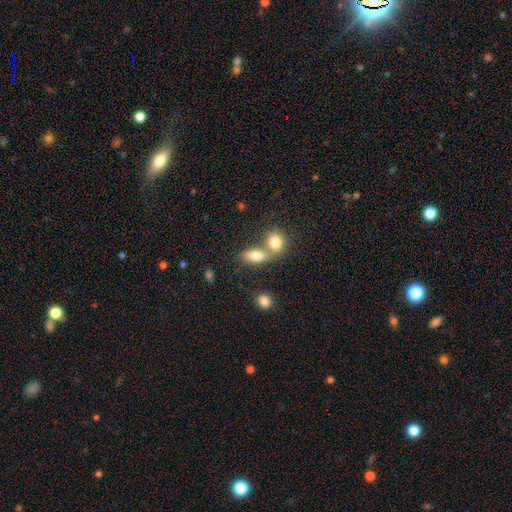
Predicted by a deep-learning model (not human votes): A smooth galaxy with no disk features (79%) that is in between round and cigar-shaped (80%).

Vote fractions:
- Smooth or featured? smooth: 79% / featured or disk: 12% / star or artifact: 9%
- How rounded? in between: 80% / round: 12% / cigar-shaped: 8%
- Merging? merger: 51% / none: 37% / minor disturbance: 8% / major disturbance: 4%